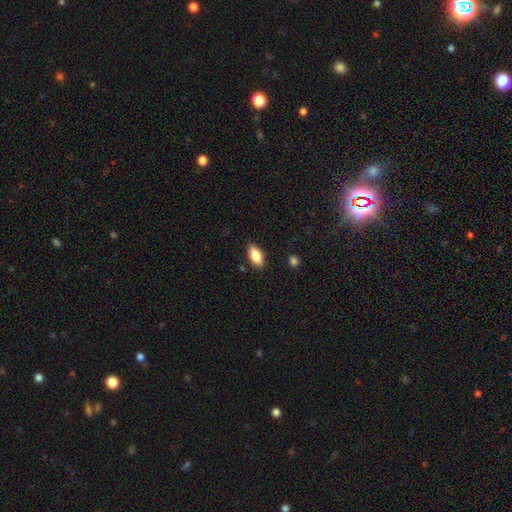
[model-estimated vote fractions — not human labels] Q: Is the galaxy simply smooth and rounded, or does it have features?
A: smooth — 85%.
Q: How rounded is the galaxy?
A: in between — 88%.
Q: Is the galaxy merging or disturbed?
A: none — 88%.